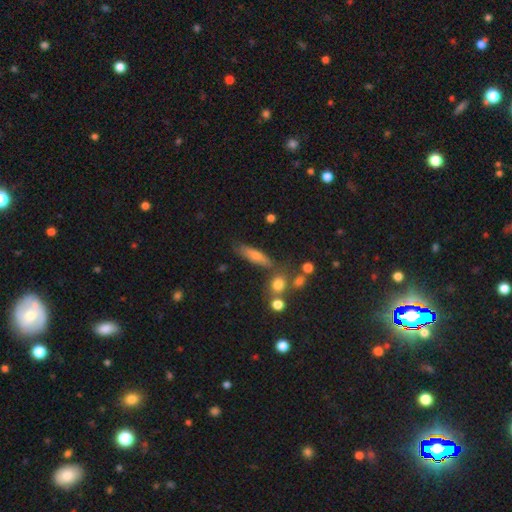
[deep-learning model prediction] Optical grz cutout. It shows a smooth galaxy with no disk features (71%) that is cigar-shaped (60%). Merging: none (67%).